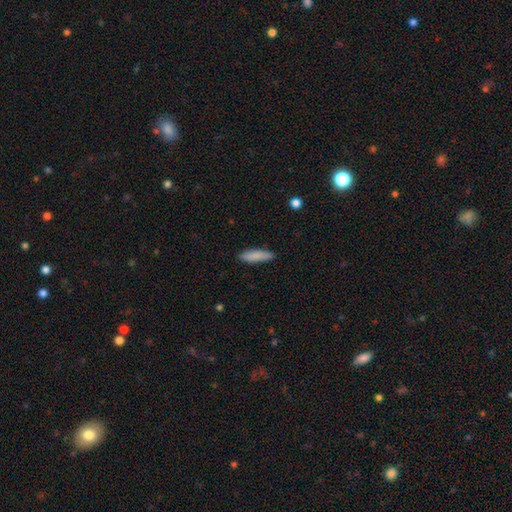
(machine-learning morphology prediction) A smooth galaxy with no disk features (86%) that is cigar-shaped (67%).

Vote fractions:
- Smooth or featured? smooth: 86% / featured or disk: 8% / star or artifact: 6%
- How rounded? cigar-shaped: 67% / in between: 32% / round: 1%
- Merging? none: 86% / minor disturbance: 11% / major disturbance: 2% / merger: 1%